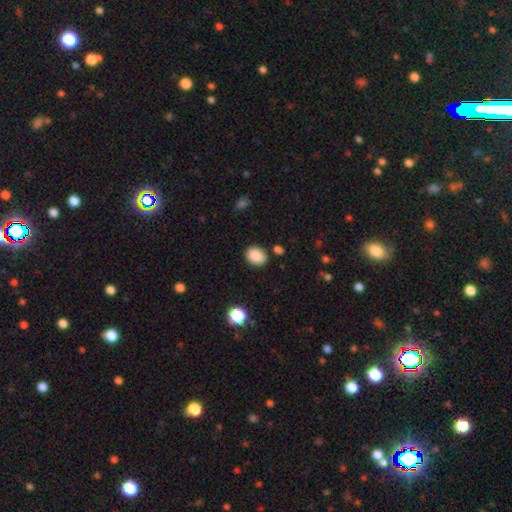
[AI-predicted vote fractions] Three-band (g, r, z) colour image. It shows a smooth galaxy with no disk features (87%) that is in between round and cigar-shaped (54%). Merging: none (84%).